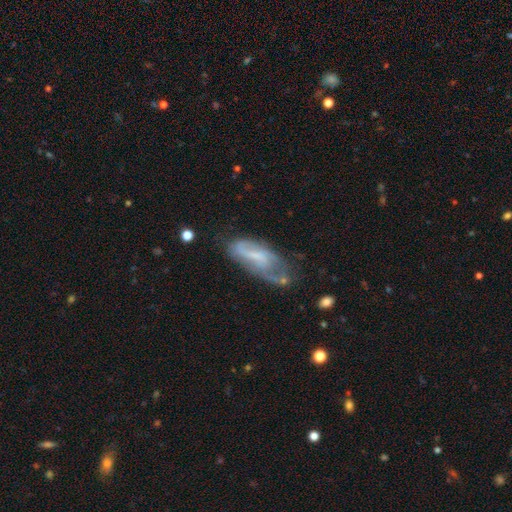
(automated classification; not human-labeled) The model was most divided on "bar": no: 41%, weak: 40%, strong: 20%. Remaining: edge-on disk — no (88%); spiral arms — yes (63%); smooth or featured — featured or disk (57%); merging — none (41%); bulge size — none (39%).